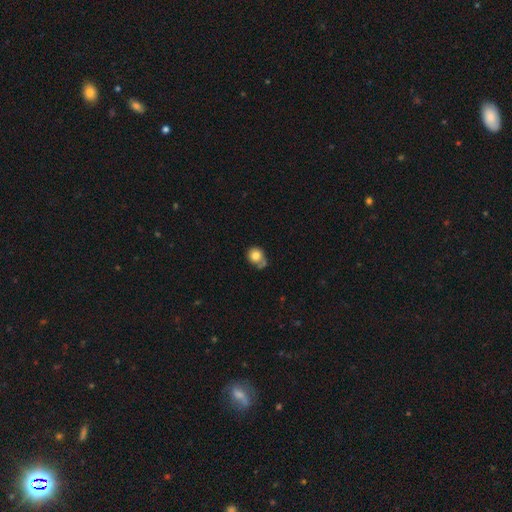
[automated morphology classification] Overall: smooth (79%). How rounded: round (74%). Merging: none (49%; minor disturbance 26%).